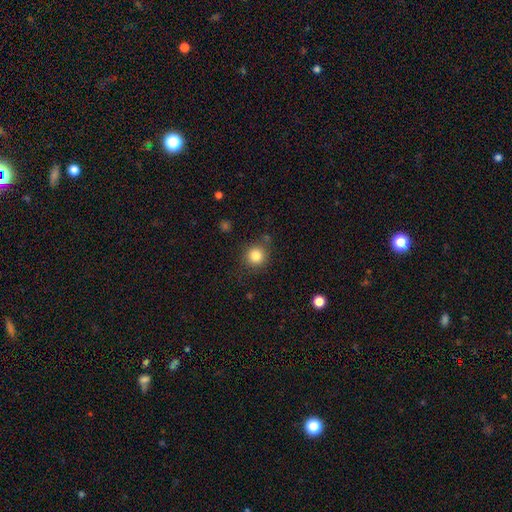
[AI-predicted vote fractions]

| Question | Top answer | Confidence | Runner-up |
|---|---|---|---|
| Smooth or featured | smooth | 83% | star or artifact (11%) |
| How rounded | round | 91% | in between (8%) |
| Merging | none | 82% | minor disturbance (11%) |